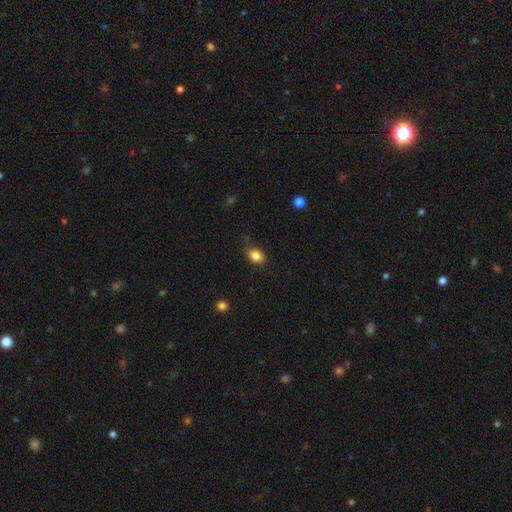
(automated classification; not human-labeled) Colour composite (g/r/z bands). It shows a smooth galaxy with no disk features (84%) that is in between round and cigar-shaped (65%). Merging: none (80%).